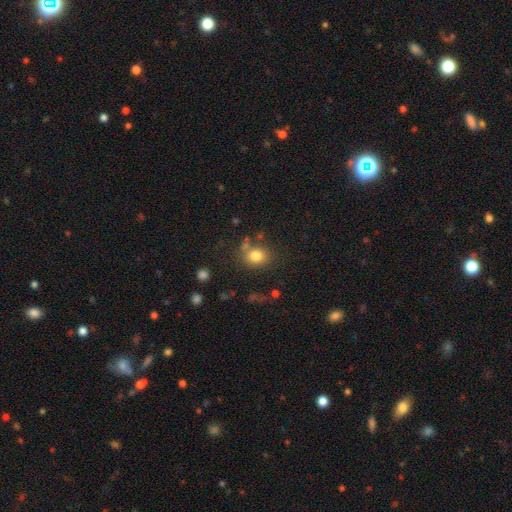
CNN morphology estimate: A smooth galaxy with no disk features (79%) that is round (69%).

Vote fractions:
- Smooth or featured? smooth: 79% / star or artifact: 12% / featured or disk: 8%
- How rounded? round: 69% / in between: 30% / cigar-shaped: 1%
- Merging? none: 72% / minor disturbance: 14% / merger: 9% / major disturbance: 6%